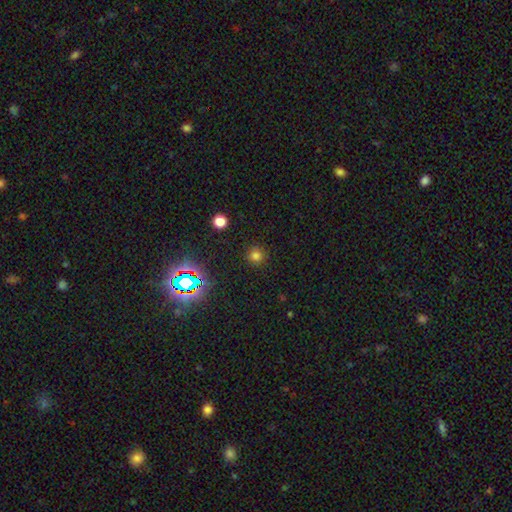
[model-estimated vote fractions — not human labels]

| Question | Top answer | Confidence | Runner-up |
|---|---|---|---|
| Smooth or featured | smooth | 73% | star or artifact (22%) |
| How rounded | round | 94% | in between (5%) |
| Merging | none | 90% | minor disturbance (6%) |